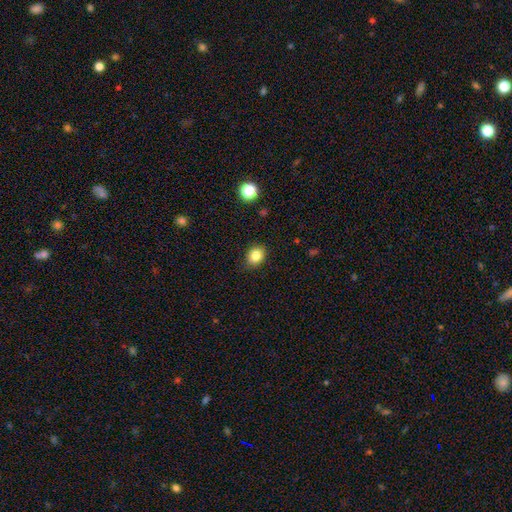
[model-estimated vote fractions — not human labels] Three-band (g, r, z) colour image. It shows a smooth galaxy with no disk features (83%) that is round (55%). Merging: none (87%).